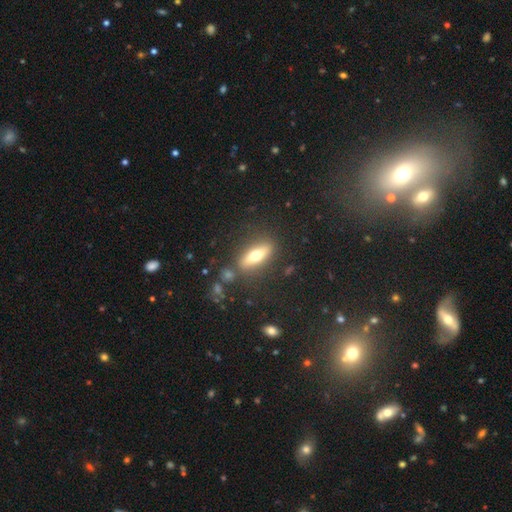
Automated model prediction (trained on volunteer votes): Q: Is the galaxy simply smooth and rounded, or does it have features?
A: smooth — 57%.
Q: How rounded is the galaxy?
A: in between — 55%.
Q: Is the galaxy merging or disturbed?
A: none — 80%.